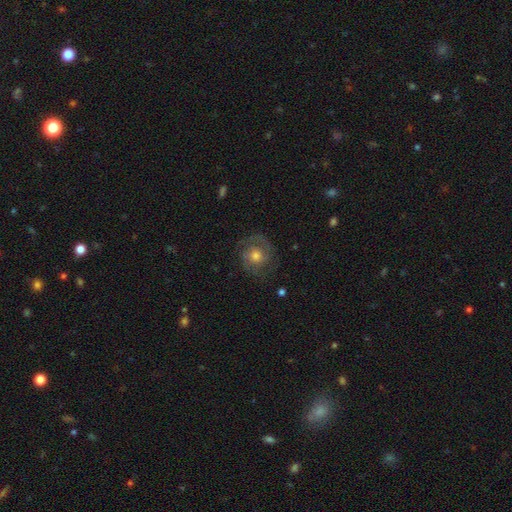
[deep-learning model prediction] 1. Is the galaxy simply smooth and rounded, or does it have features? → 68% featured or disk, 23% smooth, 9% star or artifact.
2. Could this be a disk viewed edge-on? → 97% no, 3% yes.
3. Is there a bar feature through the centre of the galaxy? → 74% no, 22% weak, 4% strong.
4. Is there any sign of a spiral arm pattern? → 89% yes, 11% no.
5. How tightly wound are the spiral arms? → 46% tight, 41% medium, 13% loose.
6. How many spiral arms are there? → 62% 2, 18% can't tell, 9% 3, 6% 1, 3% 4, 3% more than 4.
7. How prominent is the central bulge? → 63% moderate, 22% small, 11% large, 2% none, 1% dominant.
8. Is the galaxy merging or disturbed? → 74% none, 15% minor disturbance, 9% major disturbance, 1% merger.